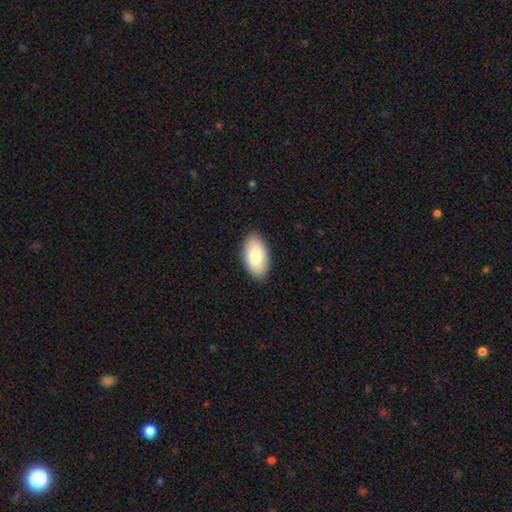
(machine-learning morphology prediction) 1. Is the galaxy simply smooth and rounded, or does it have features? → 79% smooth, 15% featured or disk, 6% star or artifact.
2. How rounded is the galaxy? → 95% in between, 3% round, 2% cigar-shaped.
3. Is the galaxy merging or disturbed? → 88% none, 9% minor disturbance, 2% major disturbance, 1% merger.